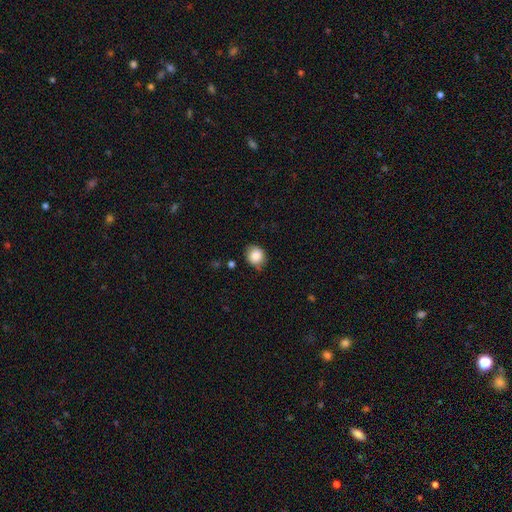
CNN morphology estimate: Smooth or featured? smooth (86%)
How rounded? round (73%)
Merging? none (75%)